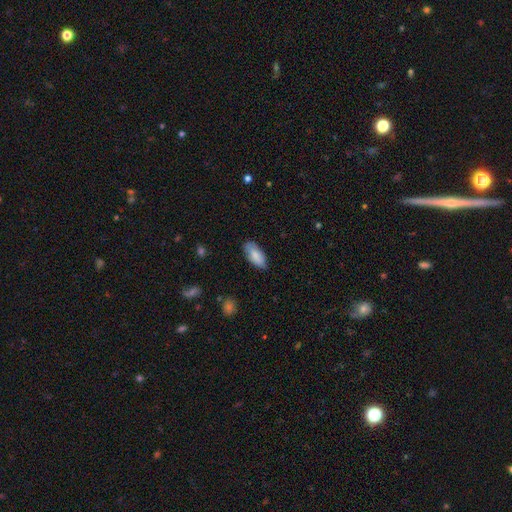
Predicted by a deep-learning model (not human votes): Overall: smooth (81%). How rounded: in between (89%). Merging: none (77%).